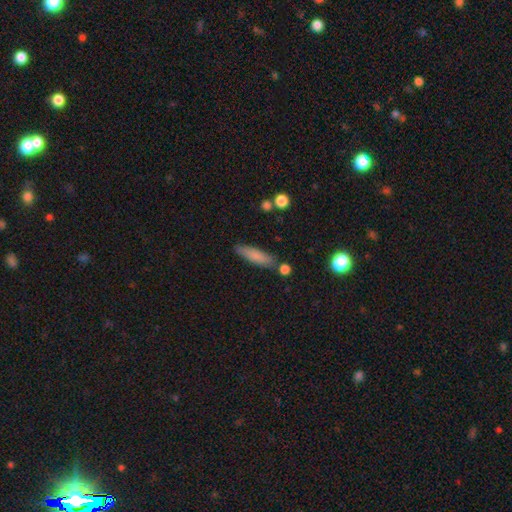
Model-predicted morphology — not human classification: smooth 78%, featured or disk 15%, star or artifact 7%. Down the decision tree: how rounded — cigar-shaped (72%); merging — none (77%).